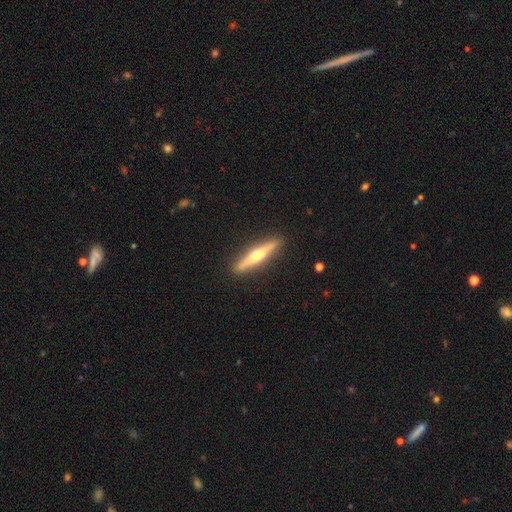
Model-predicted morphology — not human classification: Smooth or featured? featured or disk (67%)
Edge-on disk? yes (96%)
Edge-on bulge? rounded (91%)
Merging? none (91%)